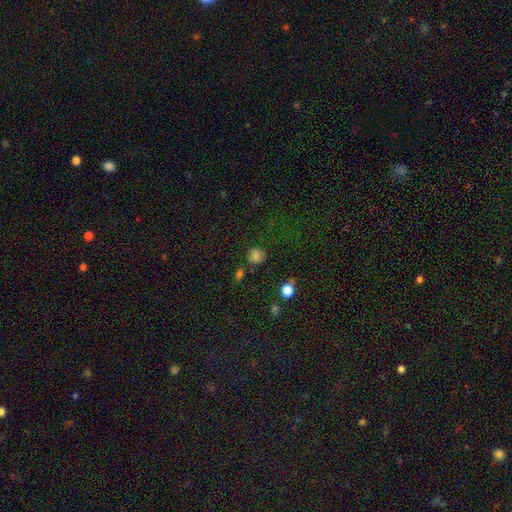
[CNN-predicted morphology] The model was most divided on "smooth or featured": smooth: 68%, star or artifact: 23%, featured or disk: 8%. More confident: how rounded — round (79%); merging — none (70%).